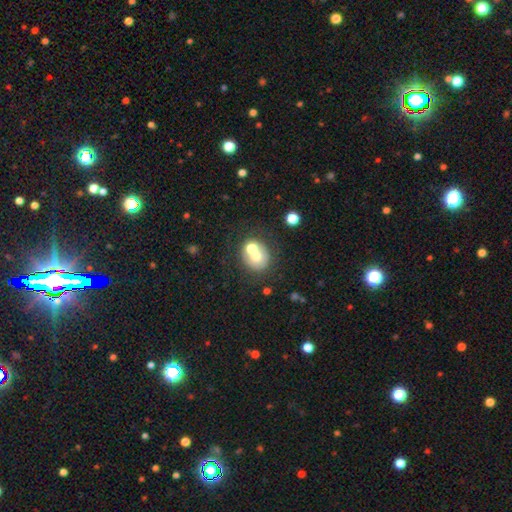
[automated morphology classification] smooth 61%, featured or disk 27%, star or artifact 11%. Down the decision tree: how rounded — round (73%); merging — none (43%).